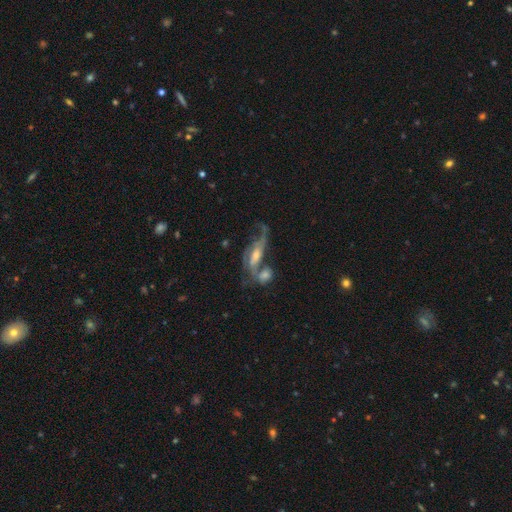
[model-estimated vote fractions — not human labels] Morphology: type=featured or disk (74%); edge-on=no (83%); bar=no (43%); spiral arms=yes (86%); winding=loose (58%); arm count=2 (68%); bulge=moderate (48%); merging=merger (42%).